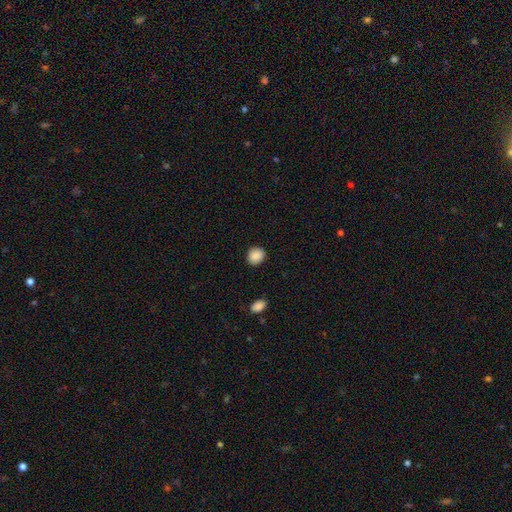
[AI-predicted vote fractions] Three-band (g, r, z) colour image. It shows a smooth galaxy with no disk features (89%) that is round (83%). Merging: none (90%).